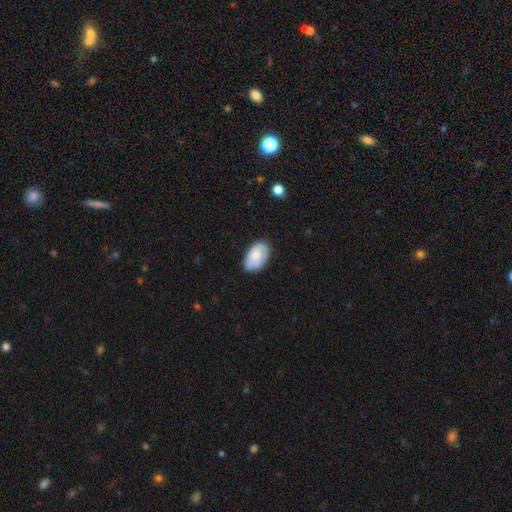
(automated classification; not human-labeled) This appears to be a smooth galaxy with no disk features (74%) that is in between round and cigar-shaped (93%). Merging: none (78%).